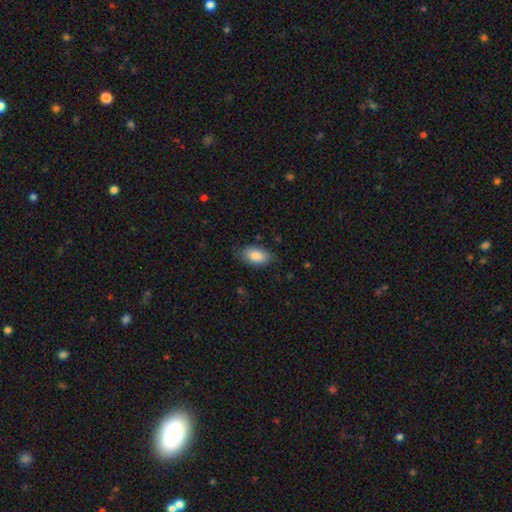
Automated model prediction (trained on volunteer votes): This is clearly a smooth galaxy (81%). How rounded: clearly in between (93%). Merging: likely none (76%).